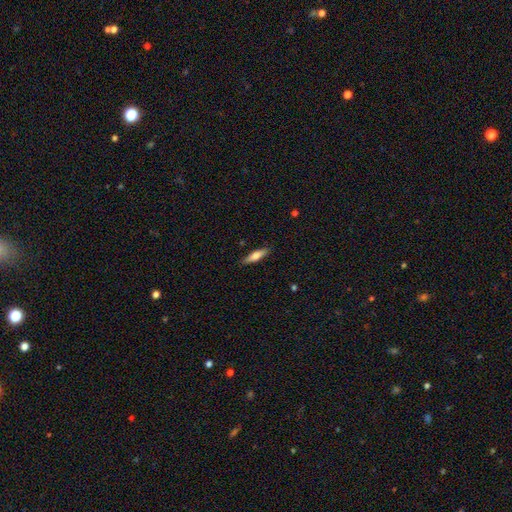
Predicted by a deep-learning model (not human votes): Smooth or featured? Predicted: smooth (p=0.63). How rounded? Predicted: cigar-shaped (p=0.70). Merging? Predicted: none (p=0.89).